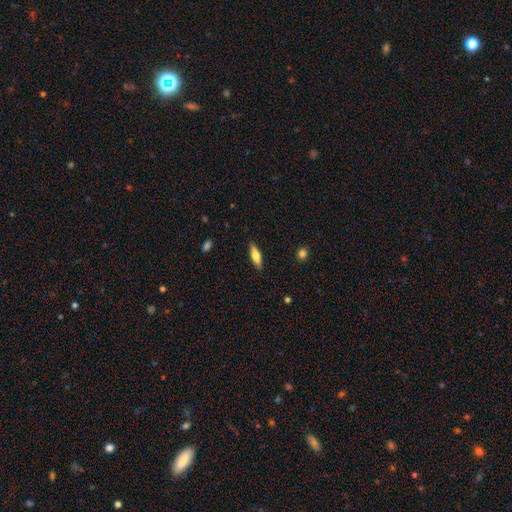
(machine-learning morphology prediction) Smooth or featured: smooth — 62% (featured or disk — 32%)
How rounded: cigar-shaped — 58% (in between — 40%)
Merging: none — 88% (minor disturbance — 9%)